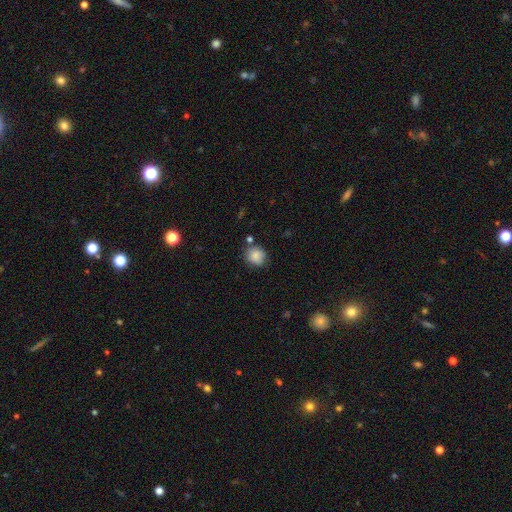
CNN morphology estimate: Overall: smooth (86%). How rounded: round (83%). Merging: none (76%).